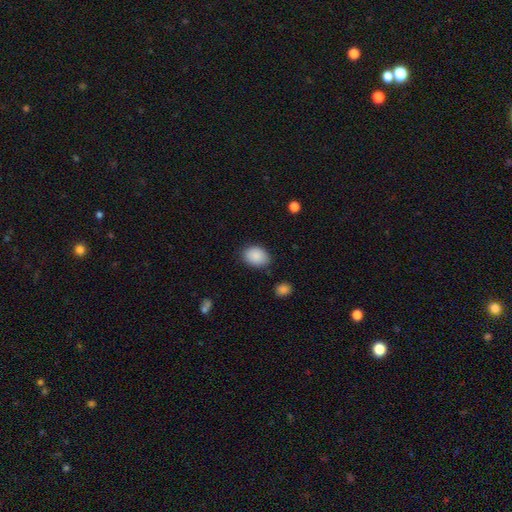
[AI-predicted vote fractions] Overall: smooth (89%). How rounded: in between (74%). Merging: none (82%).